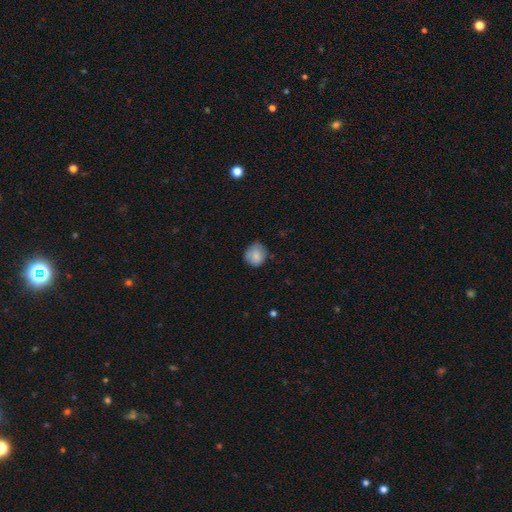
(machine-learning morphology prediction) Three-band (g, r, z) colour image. It shows a smooth galaxy with no disk features (80%) that is round (78%). Merging: none (66%).